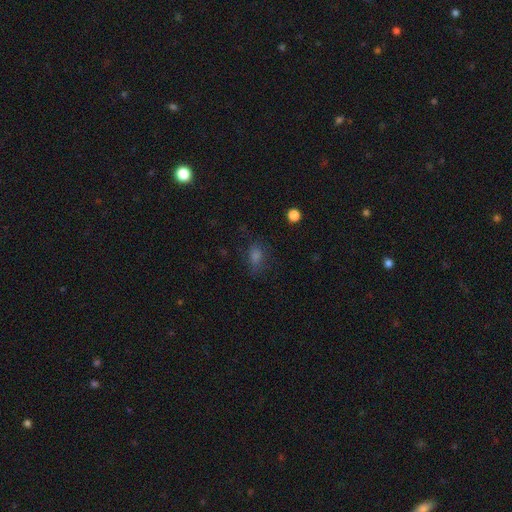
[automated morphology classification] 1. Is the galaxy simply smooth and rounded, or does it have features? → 66% smooth, 23% star or artifact, 10% featured or disk.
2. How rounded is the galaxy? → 74% in between, 22% round, 4% cigar-shaped.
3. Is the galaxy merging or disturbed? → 72% none, 18% minor disturbance, 8% major disturbance, 2% merger.